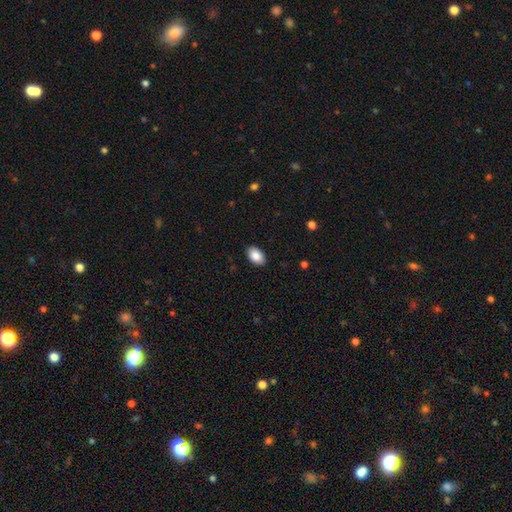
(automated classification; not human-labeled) A smooth galaxy with no disk features (88%) that is in between round and cigar-shaped (89%). Merging: none (89%).